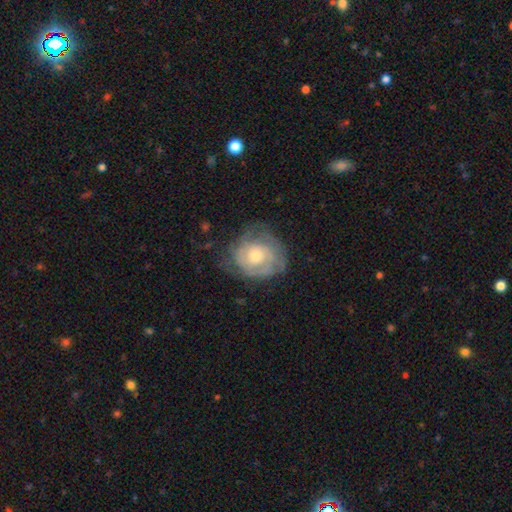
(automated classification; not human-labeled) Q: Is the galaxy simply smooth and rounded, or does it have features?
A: featured or disk — 73%.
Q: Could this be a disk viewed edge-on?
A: no — 97%.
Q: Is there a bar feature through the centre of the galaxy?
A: no — 79%.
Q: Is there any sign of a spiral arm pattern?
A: yes — 86%.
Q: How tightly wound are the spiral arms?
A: tight — 67%.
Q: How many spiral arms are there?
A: can't tell — 42%.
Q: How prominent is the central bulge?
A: moderate — 59%.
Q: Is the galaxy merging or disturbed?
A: none — 64%.